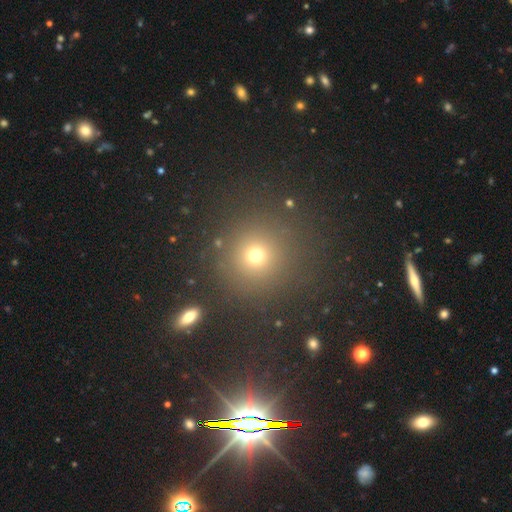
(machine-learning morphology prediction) A smooth galaxy with no disk features (70%) that is round (92%). Merging: none (86%).